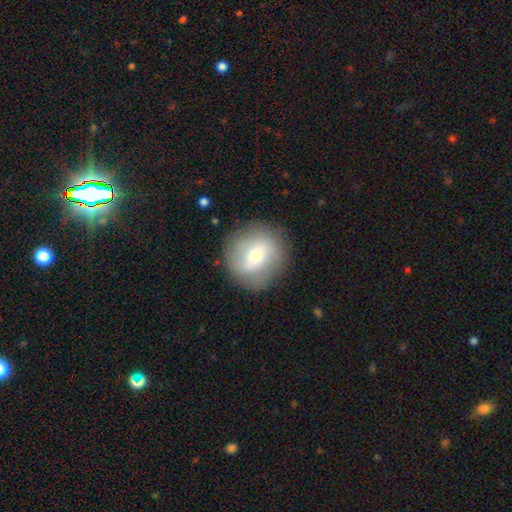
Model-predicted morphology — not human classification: The model was most divided on "smooth or featured": smooth: 57%, featured or disk: 34%, star or artifact: 9%. More confident: how rounded — round (91%); merging — none (84%).